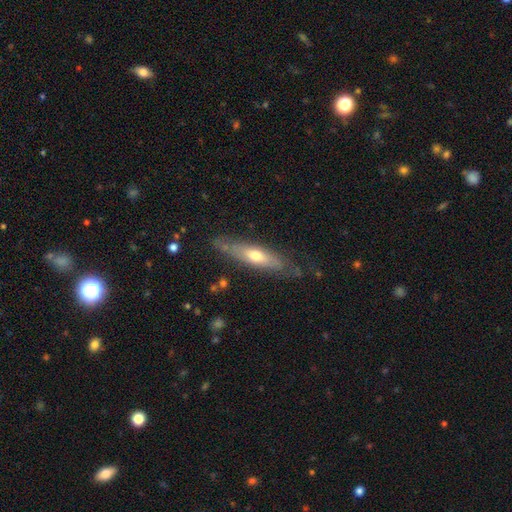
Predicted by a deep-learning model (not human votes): smooth-or-featured: featured or disk: 49% | smooth: 45% | star or artifact: 6%
  merging: none: 73% | minor disturbance: 19% | major disturbance: 6% | merger: 2%